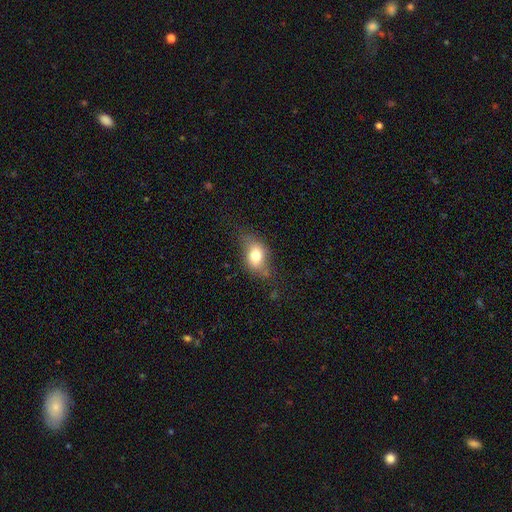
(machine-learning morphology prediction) A smooth galaxy with no disk features (73%) that is in between round and cigar-shaped (78%).

Vote fractions:
- Smooth or featured? smooth: 73% / featured or disk: 18% / star or artifact: 9%
- How rounded? in between: 78% / round: 19% / cigar-shaped: 3%
- Merging? none: 60% / minor disturbance: 27% / major disturbance: 11% / merger: 2%